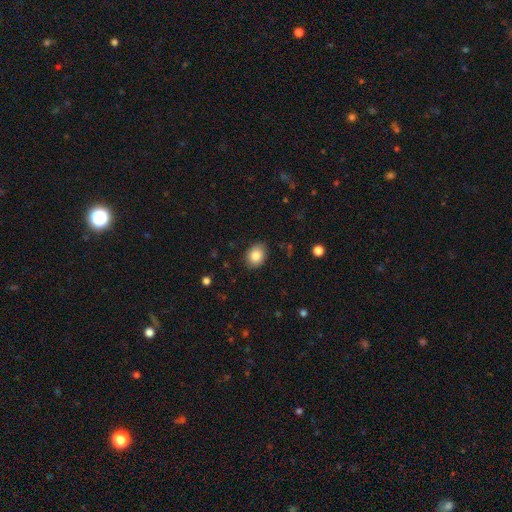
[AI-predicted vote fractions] Overall: smooth (85%). How rounded: in between (62%; round 37%). Merging: none (84%).